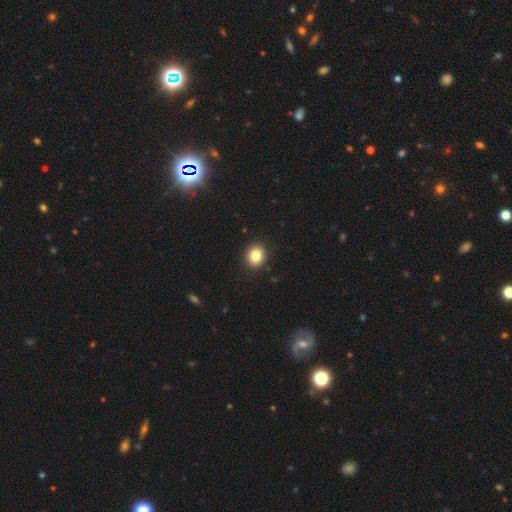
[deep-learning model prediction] Overall: smooth (84%). How rounded: round (71%). Merging: none (91%).